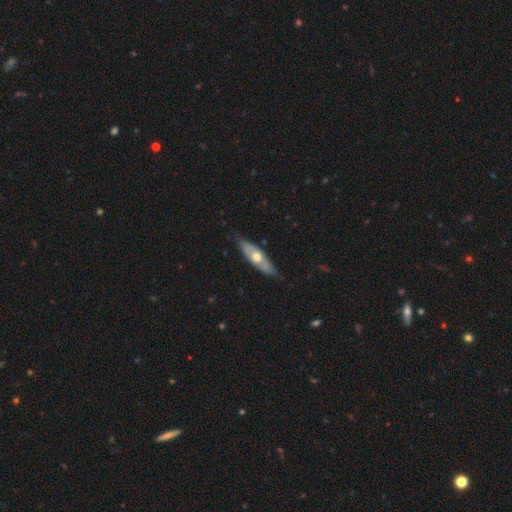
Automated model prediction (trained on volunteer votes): Smooth or featured? featured or disk (51%)
Edge-on disk? yes (52%)
Merging? none (79%)